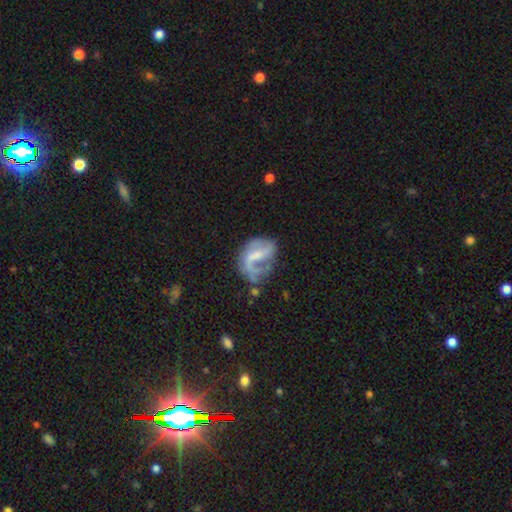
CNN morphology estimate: A featured or disk galaxy (72%) with a weak bar (47%), 2 (50%) loose (50%) spiral arms (78%) and a small central bulge (36%).

Vote fractions:
- Smooth or featured? featured or disk: 72% / smooth: 21% / star or artifact: 8%
- Edge-on disk? no: 97% / yes: 3%
- Bar? weak: 47% / strong: 30% / no: 23%
- Spiral arms? yes: 78% / no: 22%
- Spiral winding? loose: 50% / medium: 35% / tight: 15%
- Spiral arm count? 2: 50% / 1: 34% / can't tell: 11% / 3: 3% / 4: 1% / more than 4: 1%
- Bulge size? small: 36% / none: 34% / moderate: 25% / large: 4% / dominant: 1%
- Merging? none: 36% / major disturbance: 34% / minor disturbance: 23% / merger: 7%